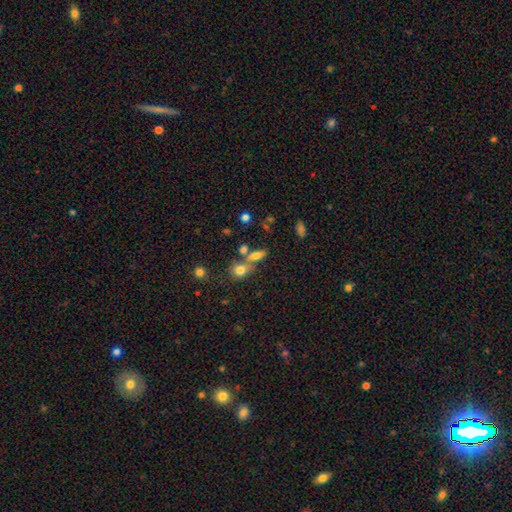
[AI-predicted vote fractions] This appears to be a smooth galaxy with no disk features (70%) that is in between round and cigar-shaped (61%). Merging: none (48%).